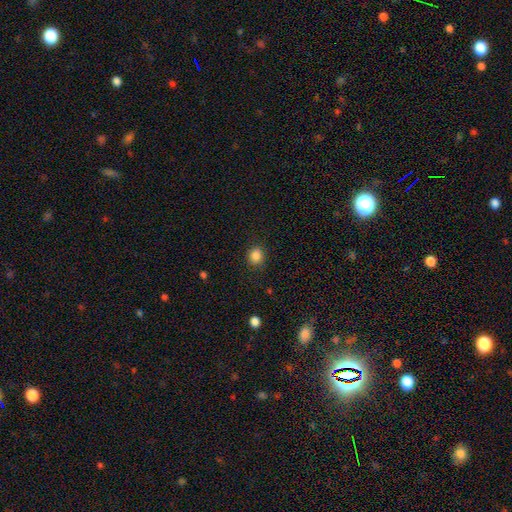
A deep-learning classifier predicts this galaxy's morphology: Smooth or featured? smooth (86%)
How rounded? round (75%)
Merging? none (88%)